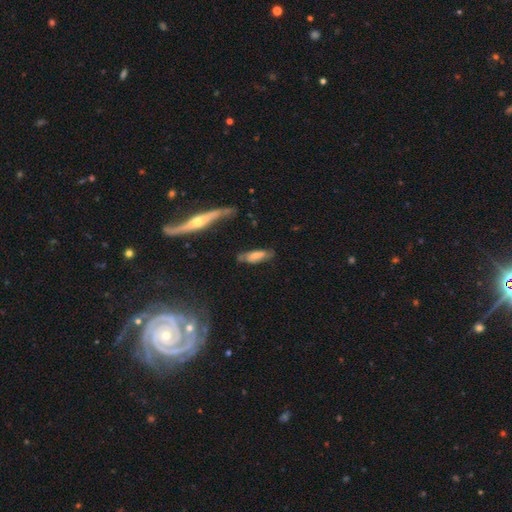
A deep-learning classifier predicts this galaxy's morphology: A smooth galaxy with no disk features (47%).

Vote fractions:
- Smooth or featured? smooth: 47% / featured or disk: 45% / star or artifact: 7%
- Merging? none: 66% / minor disturbance: 23% / major disturbance: 8% / merger: 3%